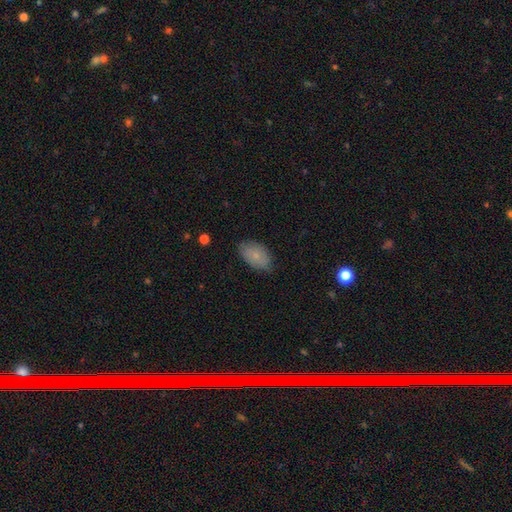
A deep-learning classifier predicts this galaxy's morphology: Smooth or featured? Predicted: smooth (p=0.79). How rounded? Predicted: in between (p=0.92). Merging? Predicted: none (p=0.77).